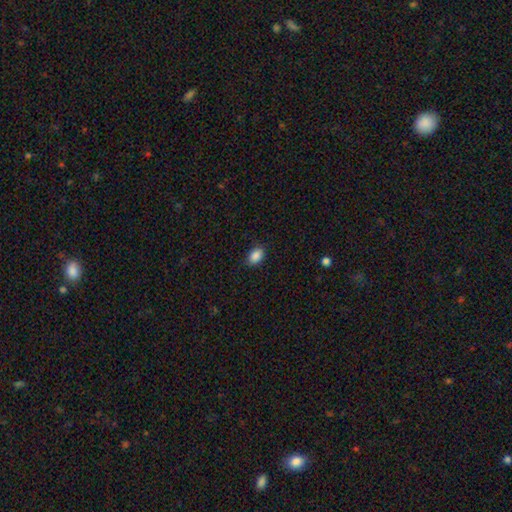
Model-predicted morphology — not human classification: type=smooth (88%); roundness=in between (86%); merging=none (87%).